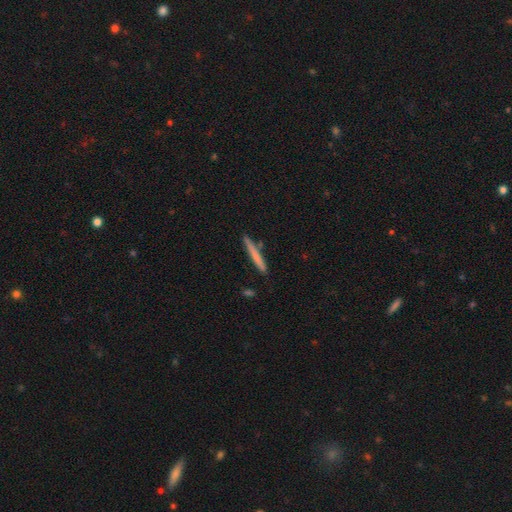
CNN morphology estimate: This appears to be a smooth galaxy with no disk features (70%) that is cigar-shaped (97%). Merging: none (86%).